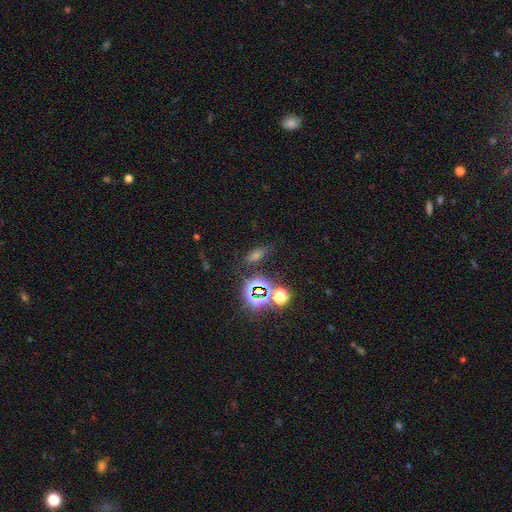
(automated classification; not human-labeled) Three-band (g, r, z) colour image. It shows a star or artifact, not a galaxy (44%).